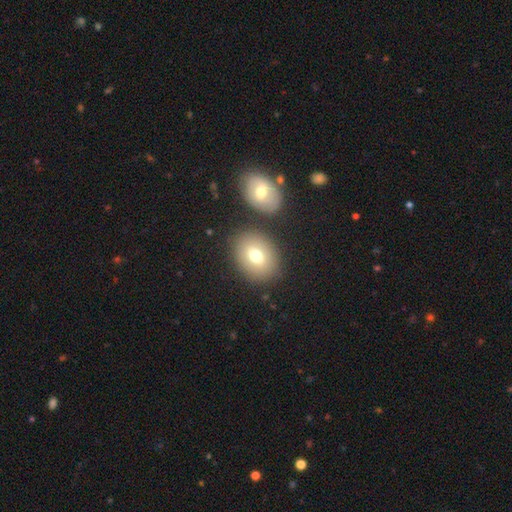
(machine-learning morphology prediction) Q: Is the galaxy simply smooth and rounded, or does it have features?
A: smooth — 72%.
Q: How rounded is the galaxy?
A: in between — 58%.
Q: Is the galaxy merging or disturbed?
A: none — 73%.